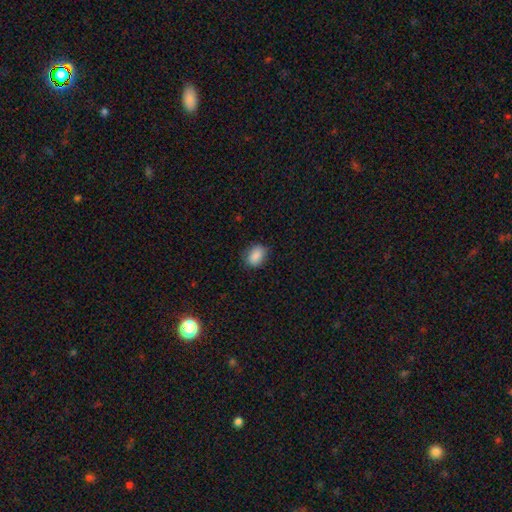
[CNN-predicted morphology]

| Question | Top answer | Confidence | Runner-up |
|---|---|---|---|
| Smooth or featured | smooth | 88% | star or artifact (8%) |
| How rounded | in between | 77% | round (22%) |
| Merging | none | 78% | minor disturbance (17%) |